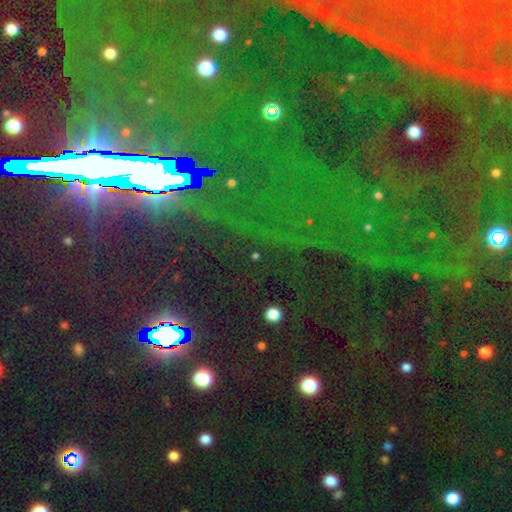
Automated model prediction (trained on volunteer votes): smooth_or_featured: star or artifact (p=0.77) [alt: smooth p=0.15]